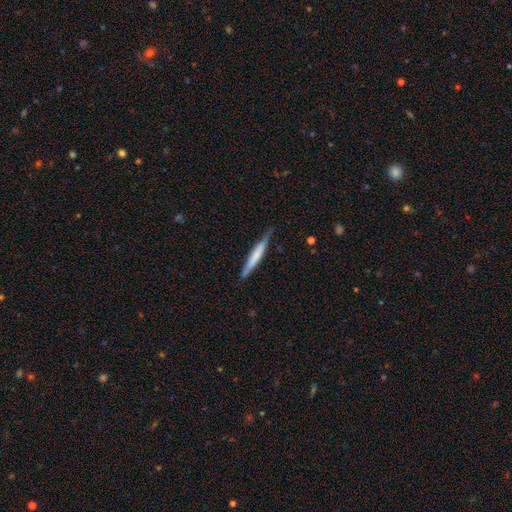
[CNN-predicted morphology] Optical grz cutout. It shows a smooth galaxy with no disk features (55%) that is cigar-shaped (95%). Merging: none (80%).